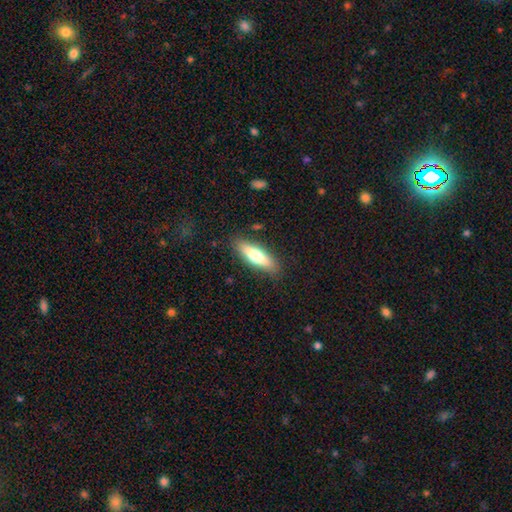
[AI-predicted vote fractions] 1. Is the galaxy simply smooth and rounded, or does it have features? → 64% smooth, 30% featured or disk, 6% star or artifact.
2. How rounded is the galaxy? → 57% cigar-shaped, 42% in between, 2% round.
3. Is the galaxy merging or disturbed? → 86% none, 10% minor disturbance, 3% major disturbance, 1% merger.